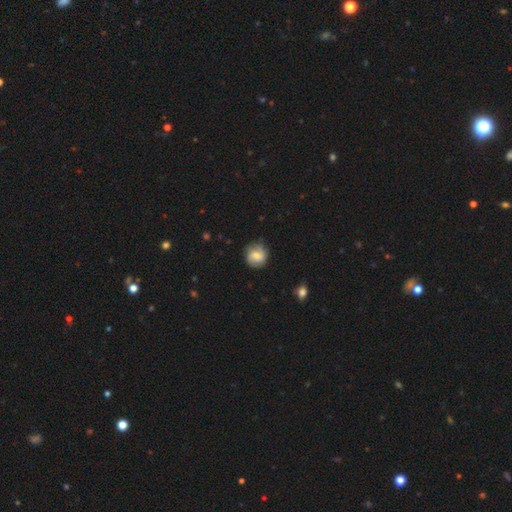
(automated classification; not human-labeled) The model was most divided on "smooth or featured": smooth: 57%, featured or disk: 36%, star or artifact: 7%. More confident: how rounded — round (87%); merging — none (78%).